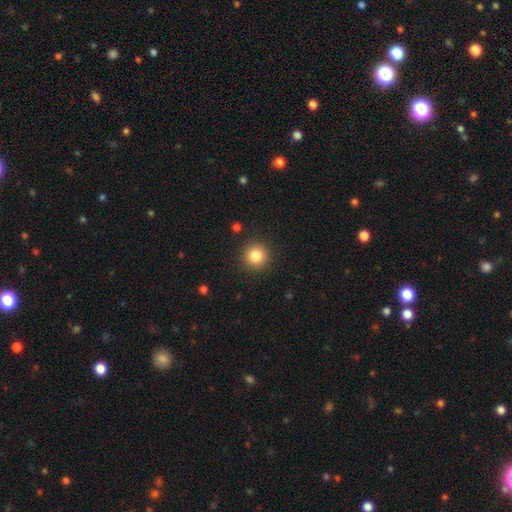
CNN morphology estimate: This is clearly a smooth galaxy (84%). How rounded: clearly round (94%). Merging: clearly none (91%).